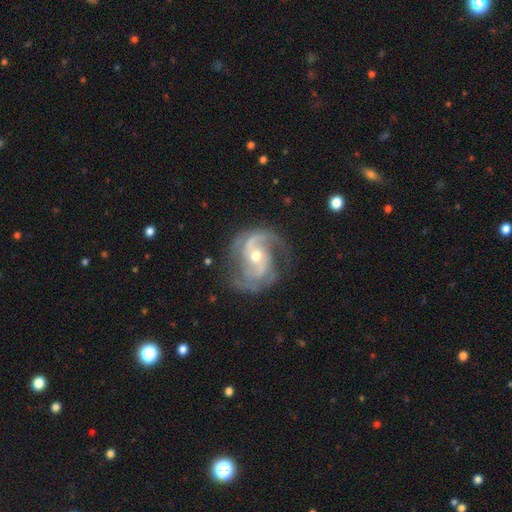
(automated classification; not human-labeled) The model was most divided on "bar": no: 47%, weak: 37%, strong: 16%. More confident: edge-on disk — no (98%); spiral arms — yes (97%); smooth or featured — featured or disk (91%); spiral arm count — 2 (75%); merging — none (70%); bulge size — moderate (56%); spiral winding — medium (53%).